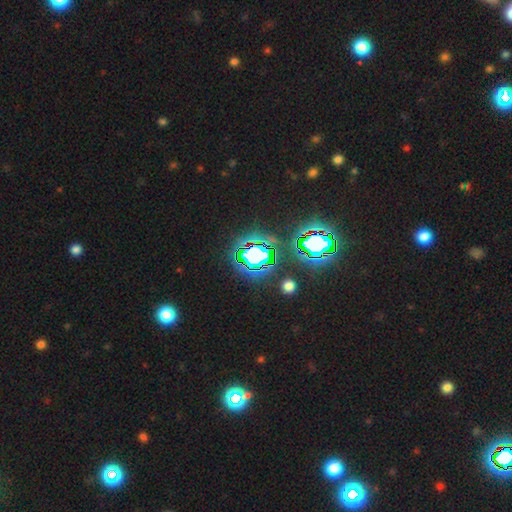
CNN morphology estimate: This is likely a star or artifact rather than a galaxy (76%).